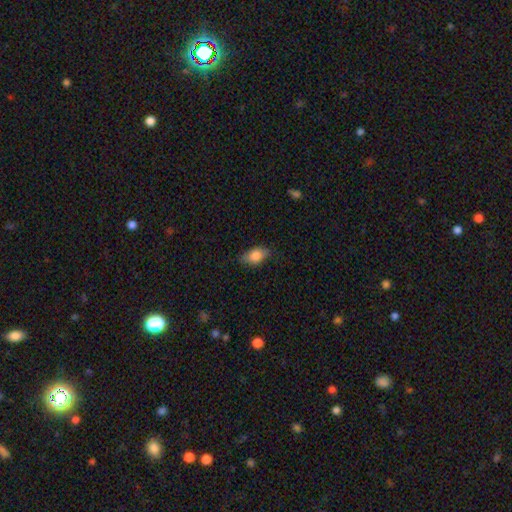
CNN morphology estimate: A smooth galaxy with no disk features (80%) that is in between round and cigar-shaped (87%). Merging: none (78%).